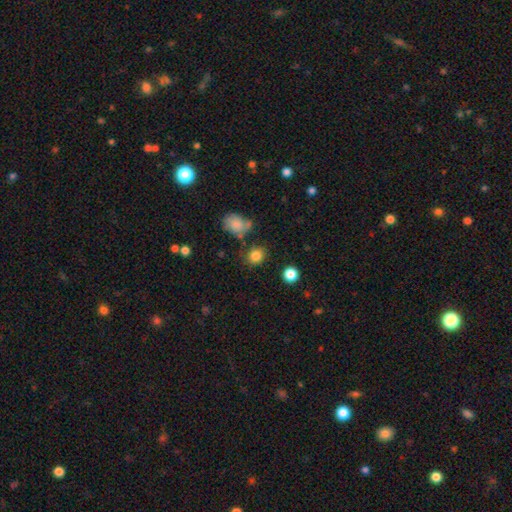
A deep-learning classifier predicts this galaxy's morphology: A smooth galaxy with no disk features (83%) that is round (70%). Merging: none (77%).